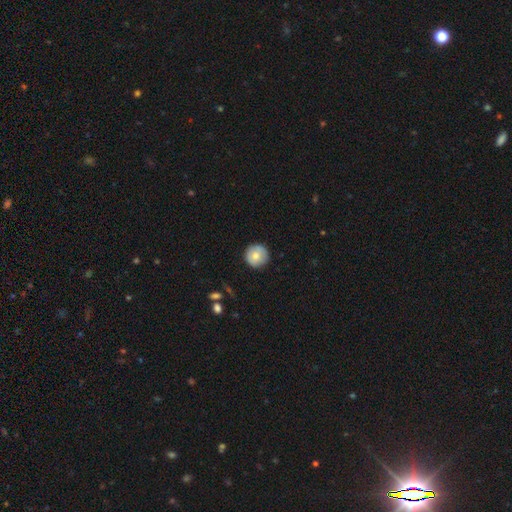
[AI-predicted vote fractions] Morphology: type=smooth (74%); roundness=round (96%); merging=none (88%).